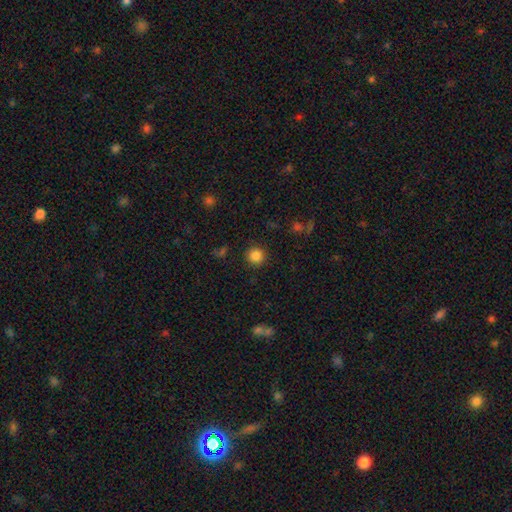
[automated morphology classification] This appears to be a smooth galaxy with no disk features (85%) that is round (94%). Merging: none (91%).